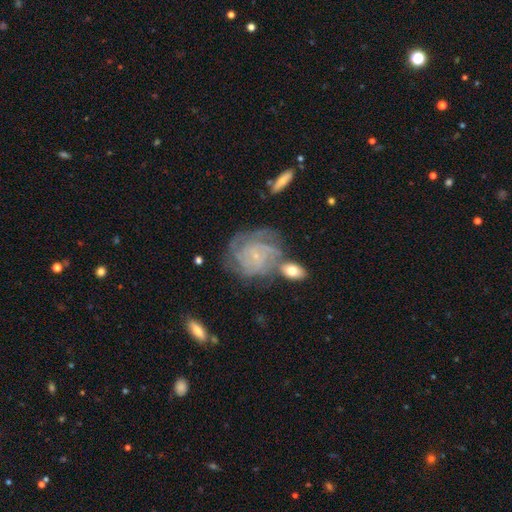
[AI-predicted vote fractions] Q: Smooth or featured?
A: featured or disk (82%); runner-up: smooth (10%)
Q: Edge-on disk?
A: no (97%); runner-up: yes (3%)
Q: Bar?
A: no (74%); runner-up: weak (22%)
Q: Spiral arms?
A: yes (95%); runner-up: no (5%)
Q: Spiral winding?
A: tight (68%); runner-up: medium (26%)
Q: Spiral arm count?
A: can't tell (31%); runner-up: 4 (23%)
Q: Bulge size?
A: small (83%); runner-up: moderate (8%)
Q: Merging?
A: none (55%); runner-up: minor disturbance (20%)